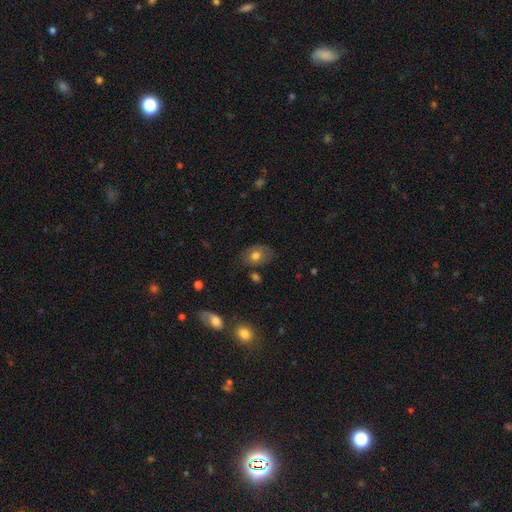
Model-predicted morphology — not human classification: Smooth or featured: smooth — 72% (featured or disk — 18%)
How rounded: in between — 70% (round — 29%)
Merging: none — 69% (minor disturbance — 21%)